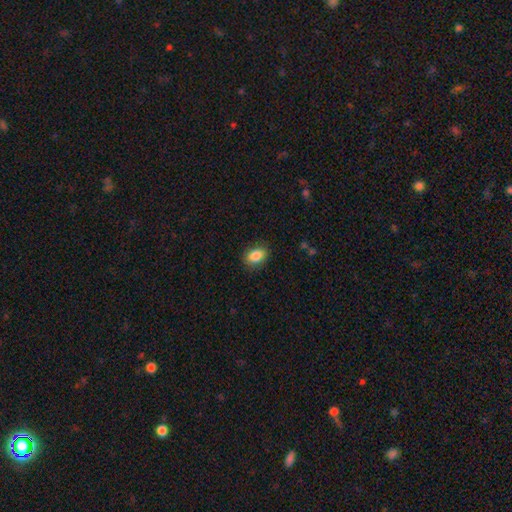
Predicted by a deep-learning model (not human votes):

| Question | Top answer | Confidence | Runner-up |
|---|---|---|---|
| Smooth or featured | smooth | 87% | star or artifact (8%) |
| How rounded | in between | 82% | round (16%) |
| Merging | none | 85% | minor disturbance (11%) |